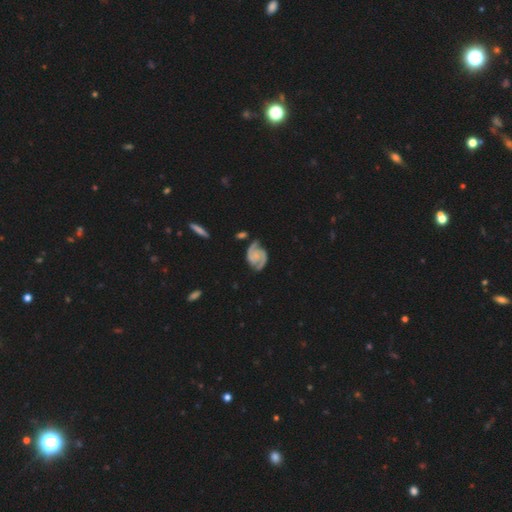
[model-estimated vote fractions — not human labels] Overall: featured or disk (89%). Edge-on disk: no (98%). Bar: no (65%; weak 28%). Spiral arms: yes (98%). Spiral arm count: 2 (89%). Spiral winding: medium (45%; tight 44%). Bulge size: none (43%; small 40%). Merging: none (71%).